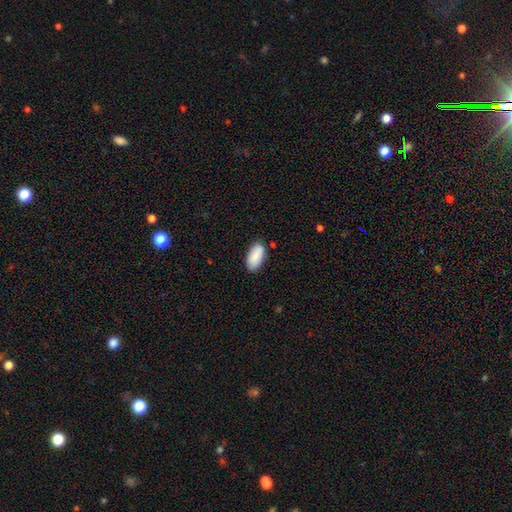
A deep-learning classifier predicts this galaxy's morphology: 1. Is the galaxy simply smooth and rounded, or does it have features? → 85% smooth, 9% featured or disk, 6% star or artifact.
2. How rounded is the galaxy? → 93% in between, 4% cigar-shaped, 2% round.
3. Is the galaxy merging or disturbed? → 82% none, 13% minor disturbance, 2% major disturbance, 2% merger.